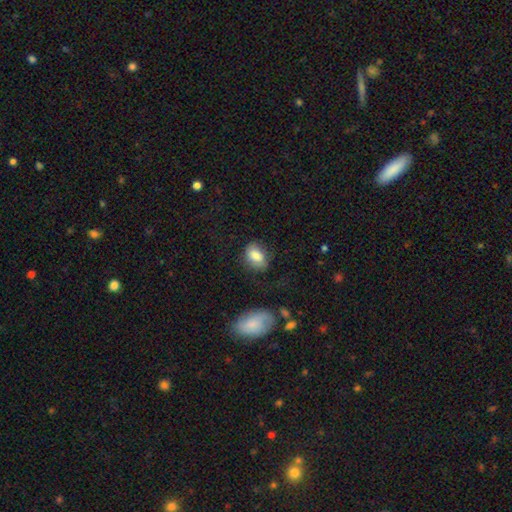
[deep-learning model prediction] The model was most divided on "merging": none: 68%, minor disturbance: 21%, major disturbance: 8%, merger: 3%. More confident: smooth or featured — smooth (82%); how rounded — in between (76%).